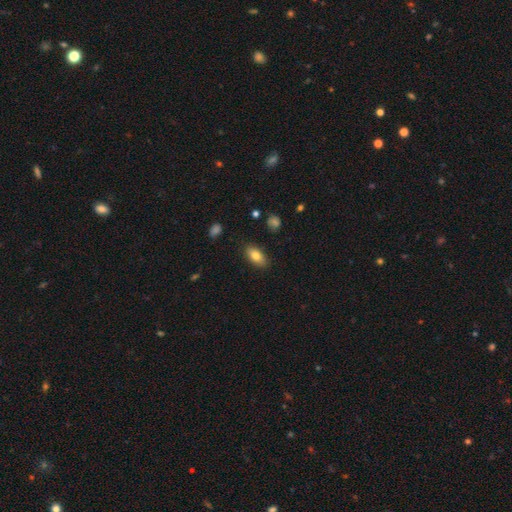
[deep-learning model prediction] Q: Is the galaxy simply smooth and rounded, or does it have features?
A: smooth — 80%.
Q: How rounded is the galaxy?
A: in between — 88%.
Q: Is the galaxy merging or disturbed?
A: none — 87%.